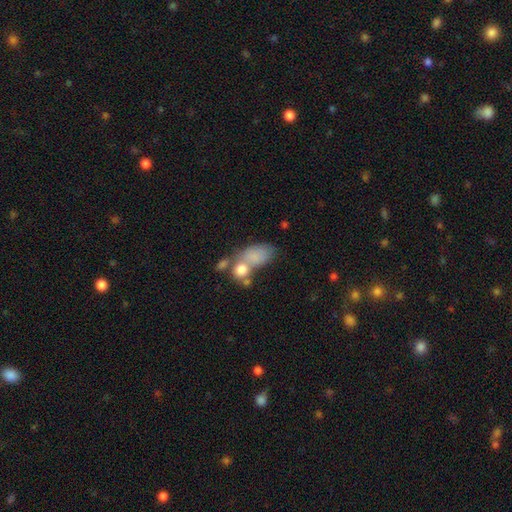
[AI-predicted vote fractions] Smooth or featured?
  - smooth: 78% *
  - featured or disk: 14%
  - star or artifact: 9%
How rounded?
  - in between: 86% *
  - round: 12%
  - cigar-shaped: 3%
Merging?
  - merger: 44% *
  - none: 29%
  - minor disturbance: 15%
  - major disturbance: 11%